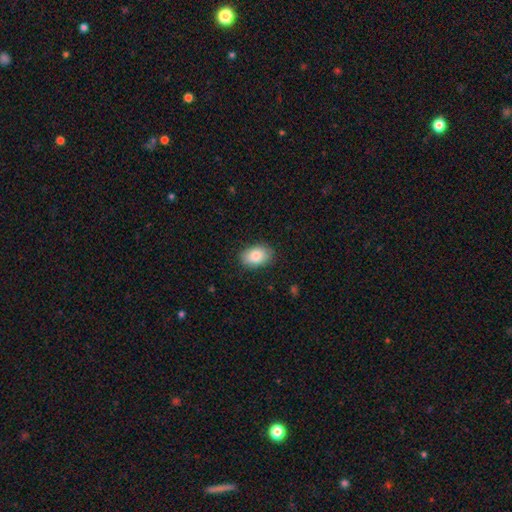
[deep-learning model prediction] Morphology: type=smooth (85%); roundness=in between (87%); merging=none (84%).